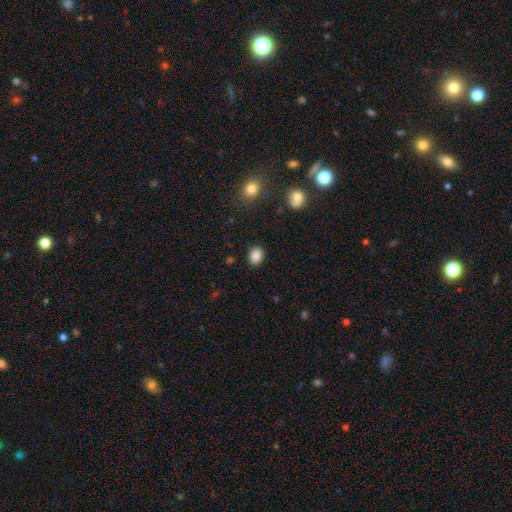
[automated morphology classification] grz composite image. It shows a smooth galaxy with no disk features (87%) that is in between round and cigar-shaped (52%). Merging: none (88%).